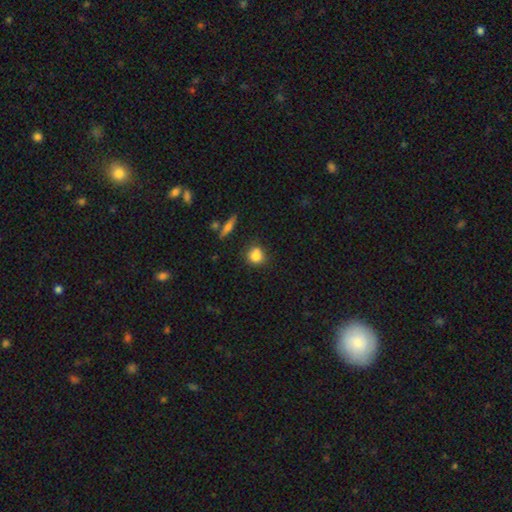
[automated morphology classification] Smooth or featured?
  - smooth: 81% *
  - star or artifact: 10%
  - featured or disk: 8%
How rounded?
  - round: 81% *
  - in between: 17%
  - cigar-shaped: 2%
Merging?
  - none: 70% *
  - minor disturbance: 15%
  - merger: 10%
  - major disturbance: 4%